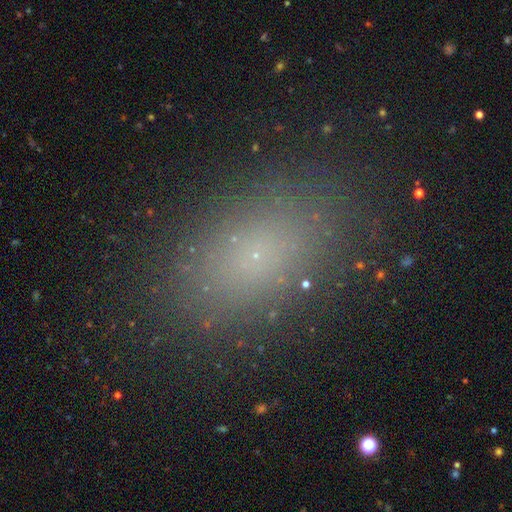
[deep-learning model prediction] Smooth or featured?
  - smooth: 68% *
  - star or artifact: 20%
  - featured or disk: 12%
How rounded?
  - in between: 86% *
  - round: 11%
  - cigar-shaped: 3%
Merging?
  - none: 84% *
  - minor disturbance: 11%
  - major disturbance: 4%
  - merger: 1%